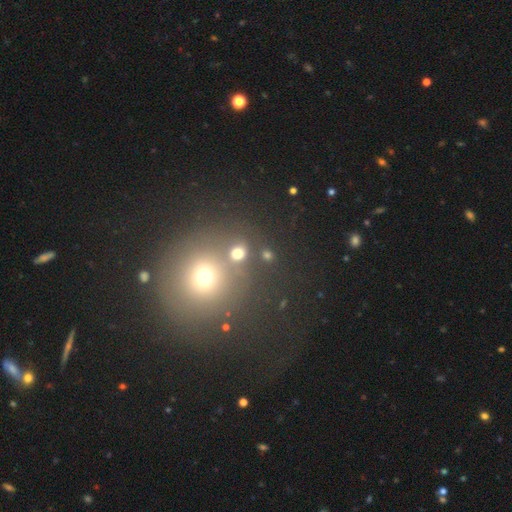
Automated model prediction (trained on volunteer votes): Morphology: type=smooth (56%); roundness=round (90%); merging=none (67%).